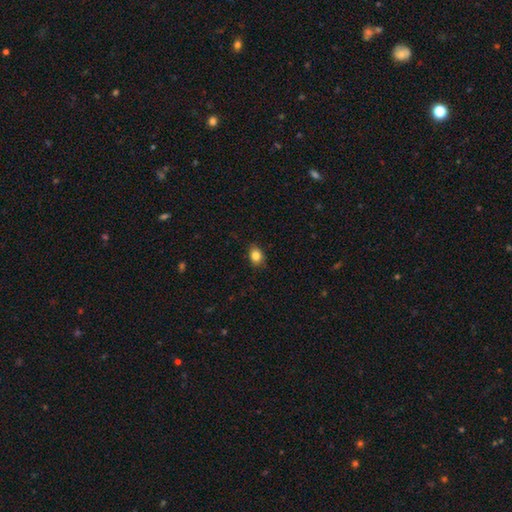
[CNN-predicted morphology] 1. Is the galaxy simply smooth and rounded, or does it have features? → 84% smooth, 10% star or artifact, 7% featured or disk.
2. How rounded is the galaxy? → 66% in between, 33% round, 1% cigar-shaped.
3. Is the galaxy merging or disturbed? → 83% none, 13% minor disturbance, 2% major disturbance, 1% merger.